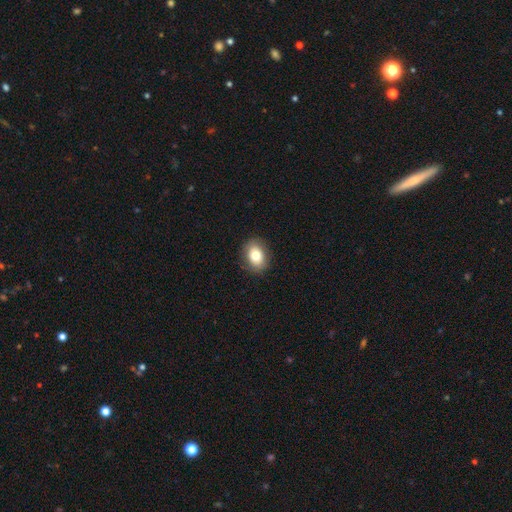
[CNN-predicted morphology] Q: Smooth or featured?
A: smooth (78%); runner-up: featured or disk (13%)
Q: How rounded?
A: in between (66%); runner-up: round (33%)
Q: Merging?
A: none (86%); runner-up: minor disturbance (10%)